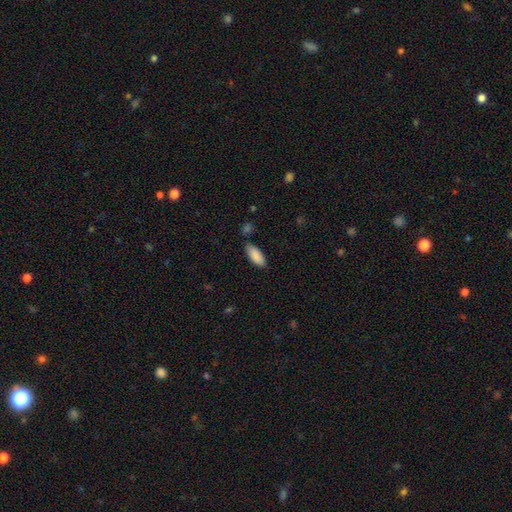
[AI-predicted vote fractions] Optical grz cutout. It shows a smooth galaxy with no disk features (89%) that is in between round and cigar-shaped (82%). Merging: none (77%).